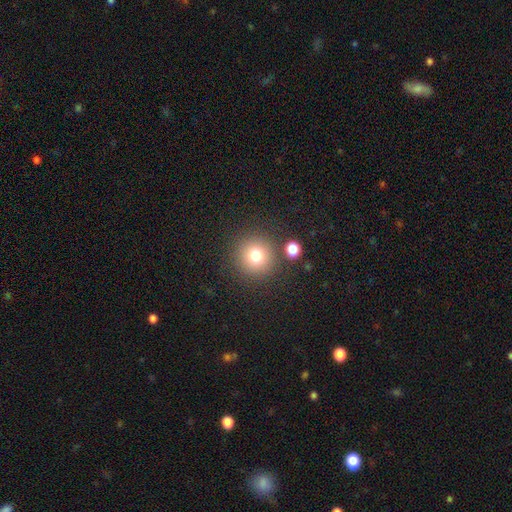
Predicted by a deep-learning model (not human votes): Smooth or featured?
  - smooth: 78% *
  - star or artifact: 13%
  - featured or disk: 9%
How rounded?
  - round: 94% *
  - in between: 5%
  - cigar-shaped: 1%
Merging?
  - none: 83% *
  - minor disturbance: 7%
  - merger: 7%
  - major disturbance: 3%